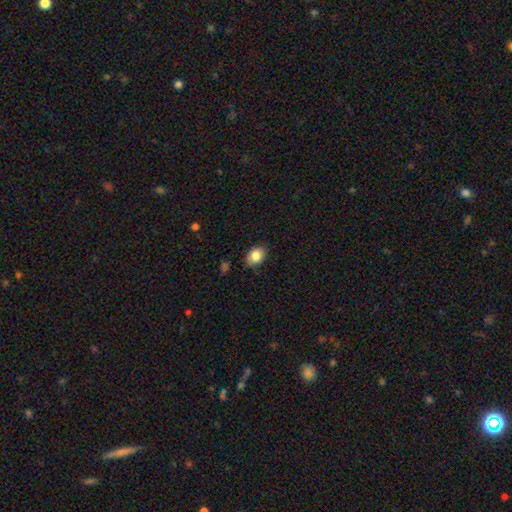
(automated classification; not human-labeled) A smooth galaxy with no disk features (84%) that is in between round and cigar-shaped (72%).

Vote fractions:
- Smooth or featured? smooth: 84% / star or artifact: 8% / featured or disk: 7%
- How rounded? in between: 72% / round: 27% / cigar-shaped: 1%
- Merging? none: 84% / minor disturbance: 12% / major disturbance: 2% / merger: 1%